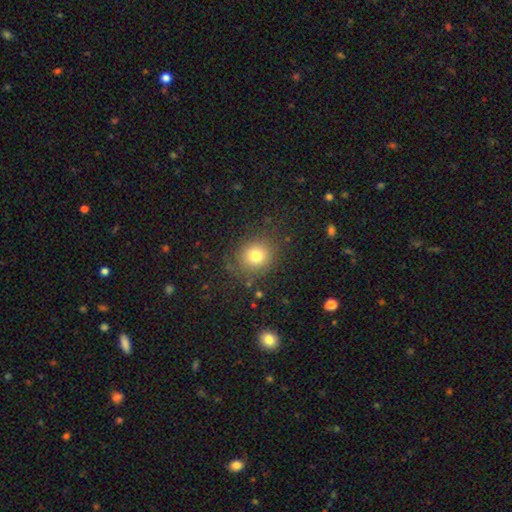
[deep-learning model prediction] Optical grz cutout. It shows a smooth galaxy with no disk features (77%) that is round (84%). Merging: none (83%).